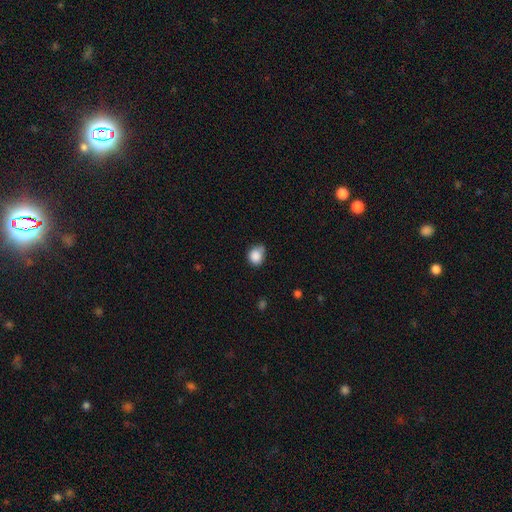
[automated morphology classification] smooth_or_featured: smooth (p=0.86) [alt: star or artifact p=0.09]
how_rounded: round (p=0.63) [alt: in between p=0.36]
merging: none (p=0.53) [alt: minor disturbance p=0.37]